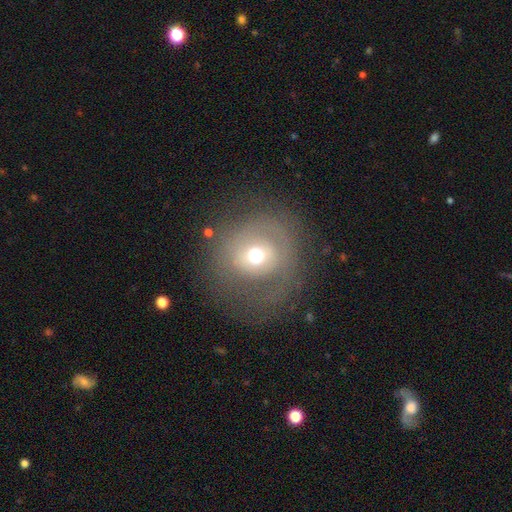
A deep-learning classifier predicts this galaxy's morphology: Smooth or featured? smooth (53%)
How rounded? round (85%)
Merging? none (57%)